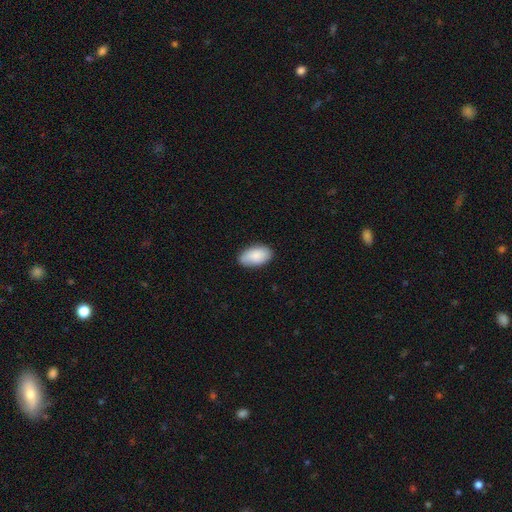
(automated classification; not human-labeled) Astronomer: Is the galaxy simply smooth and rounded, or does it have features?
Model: smooth — 88%.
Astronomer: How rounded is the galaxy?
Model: in between — 95%.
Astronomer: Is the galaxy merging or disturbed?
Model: none — 84%.